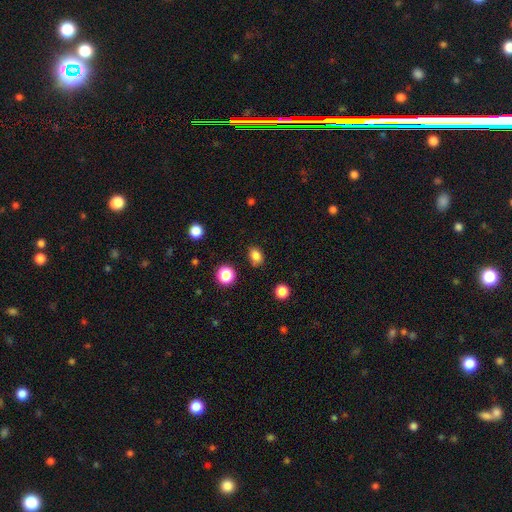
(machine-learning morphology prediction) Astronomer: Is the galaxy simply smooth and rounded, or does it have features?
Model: smooth — 82%.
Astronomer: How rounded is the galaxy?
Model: in between — 64%.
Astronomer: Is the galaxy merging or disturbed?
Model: none — 79%.